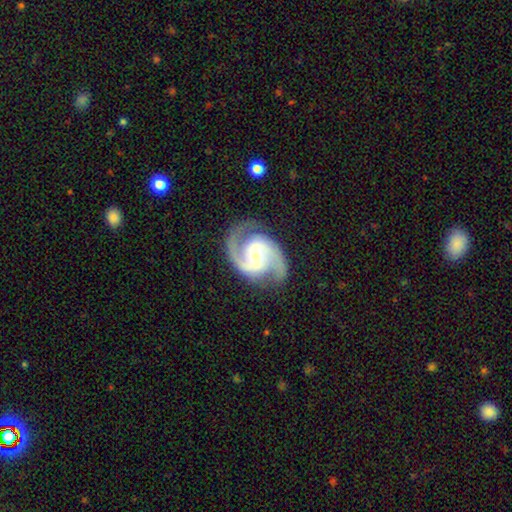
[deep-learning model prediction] Smooth or featured? featured or disk (93%)
Edge-on disk? no (98%)
Bar? weak (47%)
Spiral arms? yes (98%)
Spiral winding? medium (63%)
Spiral arm count? 2 (93%)
Bulge size? moderate (48%)
Merging? none (82%)